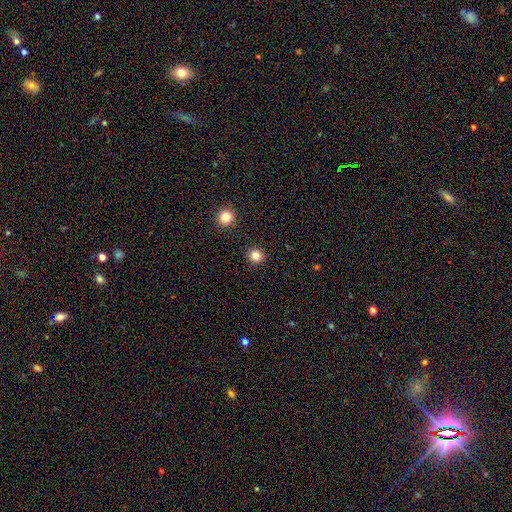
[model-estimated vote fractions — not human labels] Morphology: type=smooth (82%); roundness=round (90%); merging=none (92%).